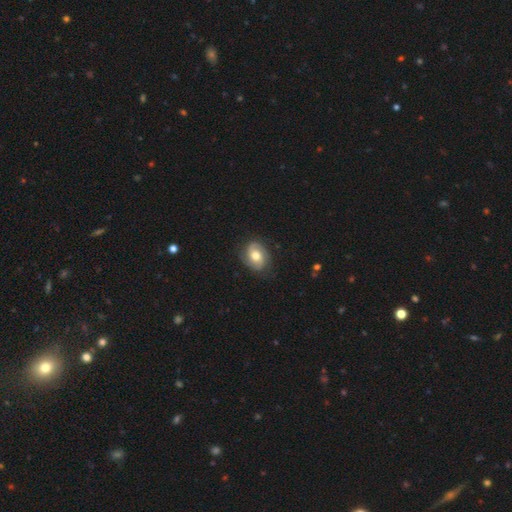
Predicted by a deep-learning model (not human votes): This appears to be a featured or disk galaxy (60%) with no bar (60%), 2 (81%) medium (41%) spiral arms (87%) and a moderate central bulge (72%). Merging: none (77%).